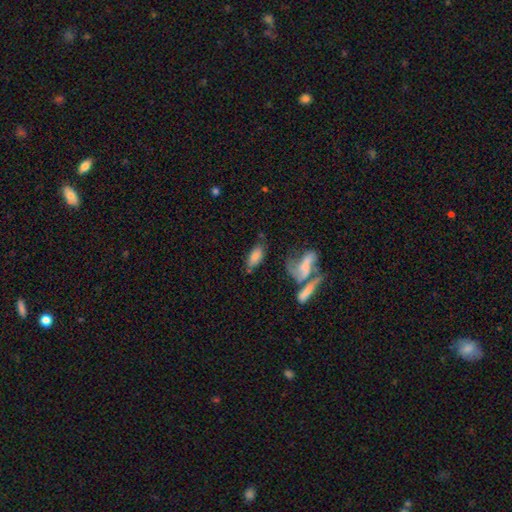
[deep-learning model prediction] Morphology: type=smooth (71%); roundness=in between (84%); merging=none (55%).